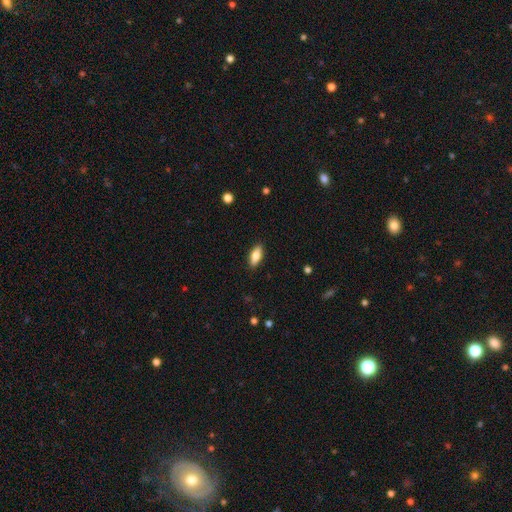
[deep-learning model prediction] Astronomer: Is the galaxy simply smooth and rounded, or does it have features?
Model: smooth — 80%.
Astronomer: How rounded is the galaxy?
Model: in between — 82%.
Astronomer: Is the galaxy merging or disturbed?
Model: none — 89%.